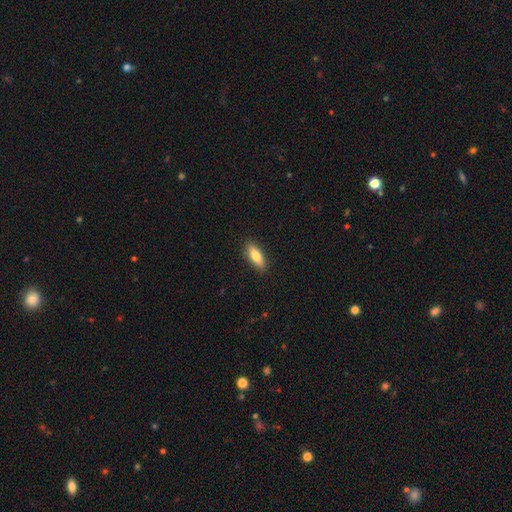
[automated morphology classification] The model was most divided on "how rounded": in between: 63%, cigar-shaped: 34%, round: 3%. More confident: merging — none (89%); smooth or featured — smooth (74%).